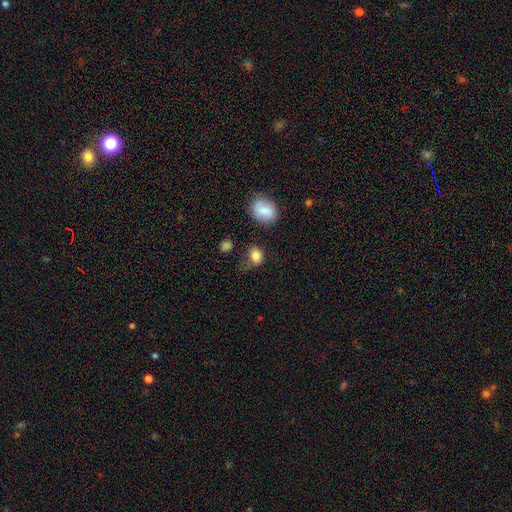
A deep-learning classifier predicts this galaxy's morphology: A smooth galaxy with no disk features (84%) that is in between round and cigar-shaped (61%). Merging: none (55%).